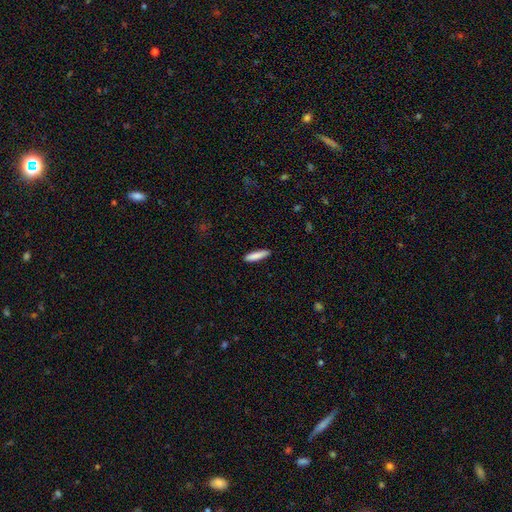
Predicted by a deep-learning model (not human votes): This is clearly a smooth galaxy (86%). How rounded: clearly cigar-shaped (83%). Merging: clearly none (90%).